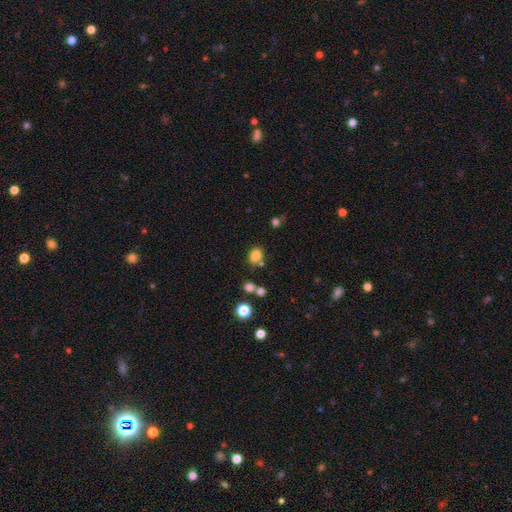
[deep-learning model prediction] smooth-or-featured: smooth: 81% | star or artifact: 13% | featured or disk: 7%
  how-rounded: round: 52% | in between: 47% | cigar-shaped: 1%
  merging: none: 73% | minor disturbance: 13% | merger: 10% | major disturbance: 4%